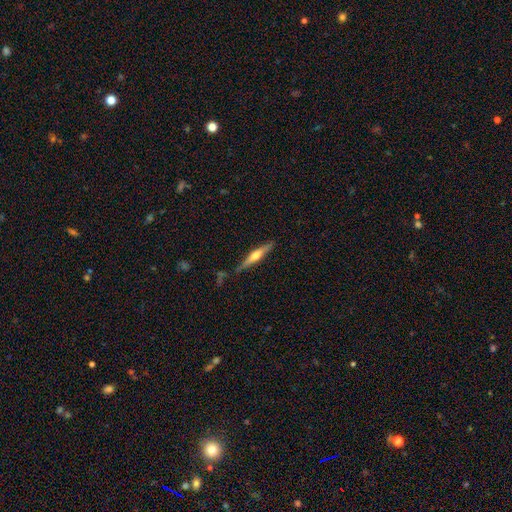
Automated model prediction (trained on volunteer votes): Overall: featured or disk (62%; smooth 32%). Edge-on disk: yes (96%). Edge-on bulge: rounded (89%). Merging: none (79%).